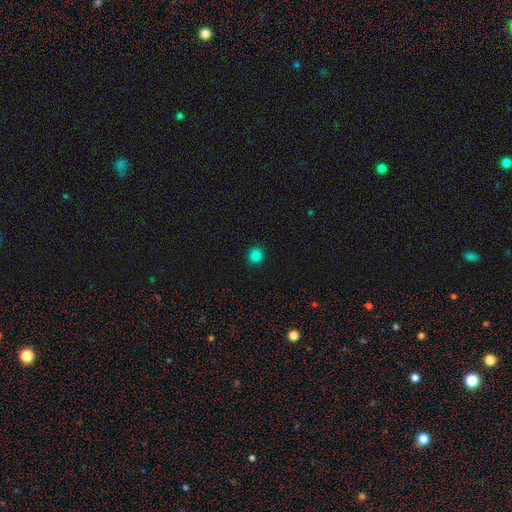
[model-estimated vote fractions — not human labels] Smooth or featured? smooth (84%)
How rounded? round (94%)
Merging? none (92%)